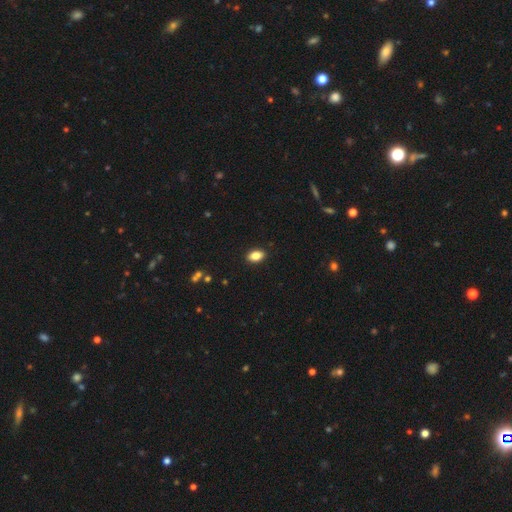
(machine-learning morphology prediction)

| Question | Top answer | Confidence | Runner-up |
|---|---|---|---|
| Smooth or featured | smooth | 85% | star or artifact (9%) |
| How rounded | in between | 89% | round (9%) |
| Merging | none | 89% | minor disturbance (8%) |